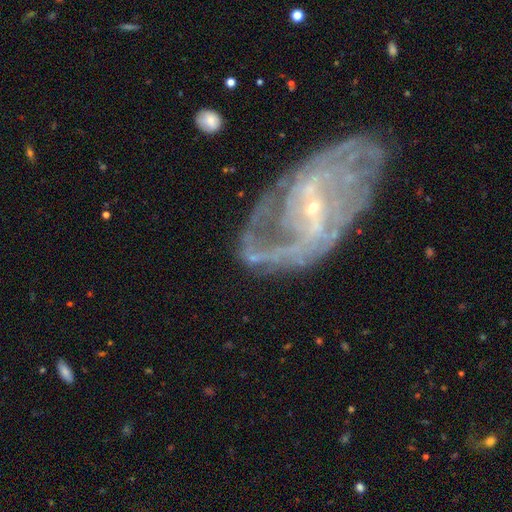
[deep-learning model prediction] Morphology: type=featured or disk (73%); edge-on=no (95%); bar=no (49%); spiral arms=yes (74%); winding=medium (36%); arm count=2 (40%); bulge=small (64%); merging=none (43%).